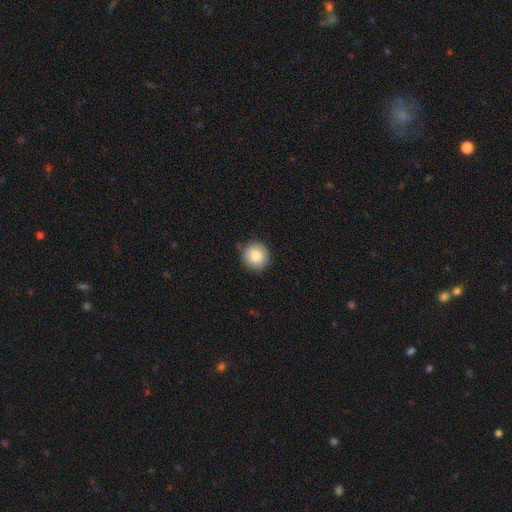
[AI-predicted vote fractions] Smooth or featured? Predicted: smooth (p=0.87). How rounded? Predicted: round (p=0.93). Merging? Predicted: none (p=0.87).